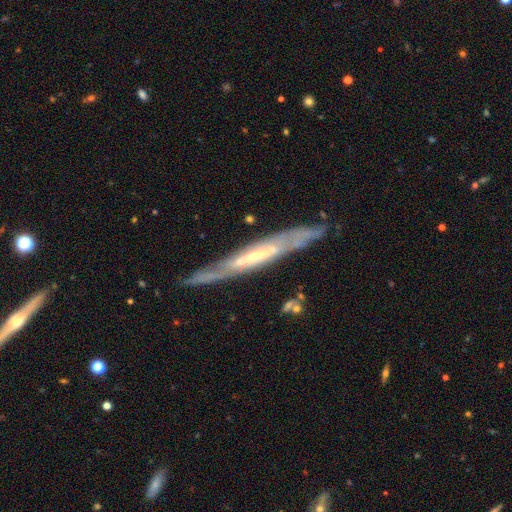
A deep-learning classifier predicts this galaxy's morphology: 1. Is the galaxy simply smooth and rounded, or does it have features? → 77% featured or disk, 17% smooth, 6% star or artifact.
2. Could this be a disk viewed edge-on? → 72% yes, 28% no.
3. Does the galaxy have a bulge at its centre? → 61% none, 29% rounded, 11% boxy.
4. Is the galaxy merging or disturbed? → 79% none, 15% minor disturbance, 4% major disturbance, 2% merger.